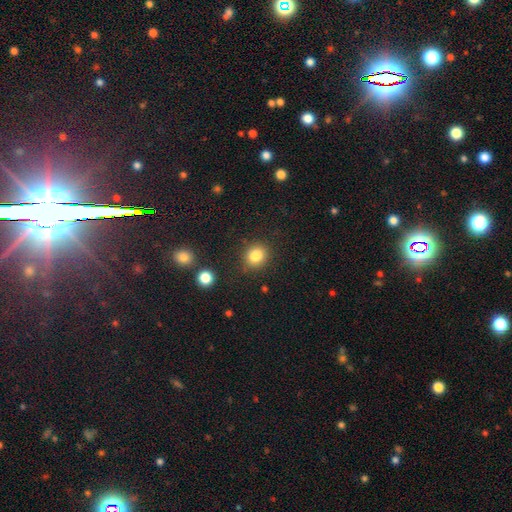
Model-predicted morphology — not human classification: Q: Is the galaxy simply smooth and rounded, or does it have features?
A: smooth — 84%.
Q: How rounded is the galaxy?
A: round — 77%.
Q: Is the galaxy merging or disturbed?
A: none — 85%.